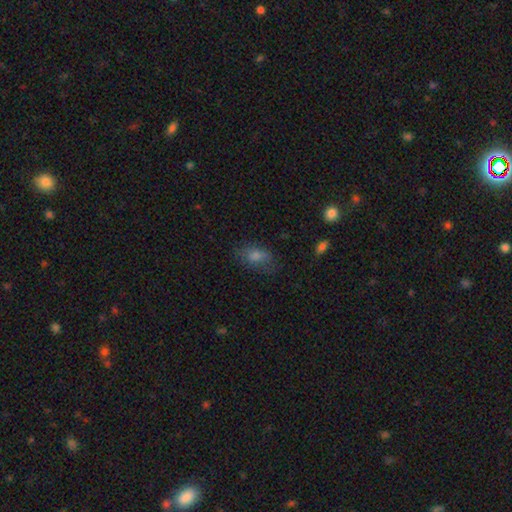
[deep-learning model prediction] smooth-or-featured: smooth: 69% | featured or disk: 16% | star or artifact: 14%
  how-rounded: in between: 83% | round: 12% | cigar-shaped: 5%
  merging: none: 67% | minor disturbance: 22% | major disturbance: 10% | merger: 2%